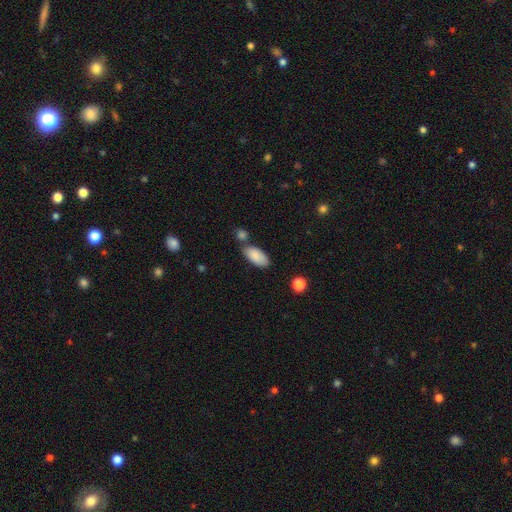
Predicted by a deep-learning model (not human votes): A smooth galaxy with no disk features (87%) that is in between round and cigar-shaped (92%). Merging: none (62%).